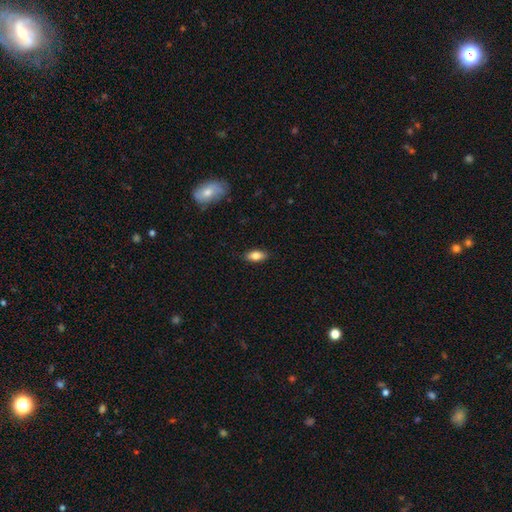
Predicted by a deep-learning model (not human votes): A smooth galaxy with no disk features (81%) that is in between round and cigar-shaped (86%). Merging: none (87%).